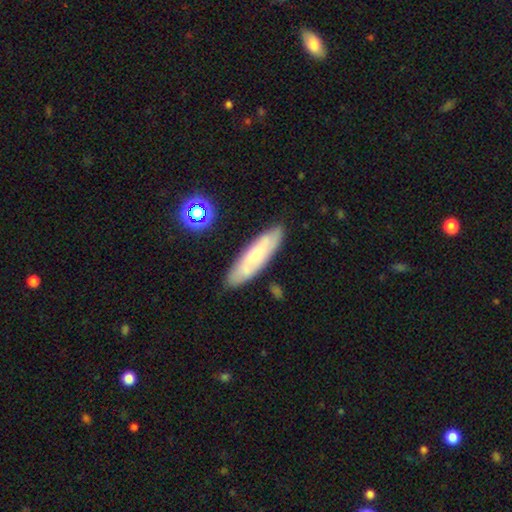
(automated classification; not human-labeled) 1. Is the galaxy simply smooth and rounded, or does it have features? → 46% featured or disk (tied), 46% smooth (tied), 8% star or artifact.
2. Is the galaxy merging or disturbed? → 83% none, 12% minor disturbance, 2% major disturbance, 2% merger.